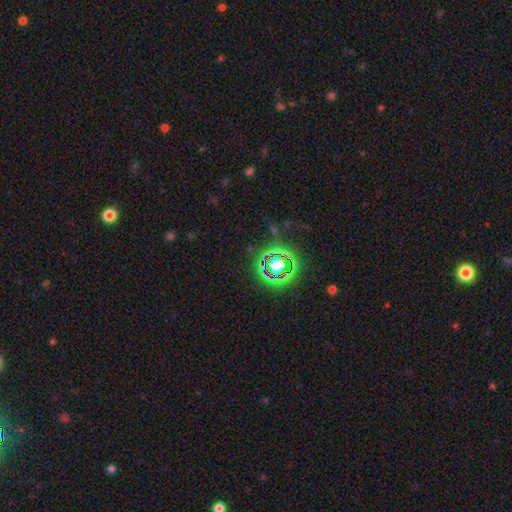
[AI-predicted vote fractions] star or artifact 78%, smooth 14%, featured or disk 9%.